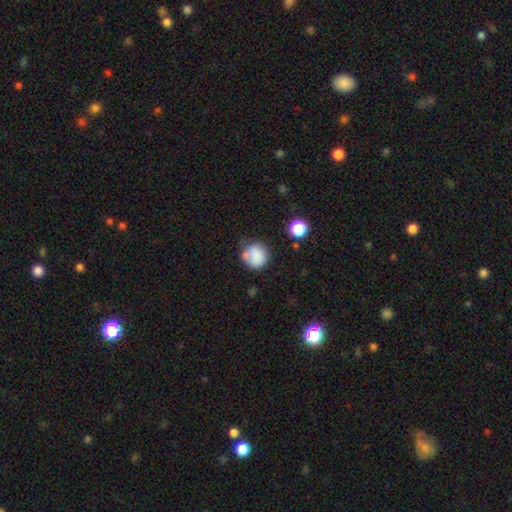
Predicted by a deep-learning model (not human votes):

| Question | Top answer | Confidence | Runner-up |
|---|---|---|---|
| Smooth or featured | smooth | 79% | featured or disk (11%) |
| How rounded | round | 84% | in between (15%) |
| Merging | none | 59% | minor disturbance (21%) |